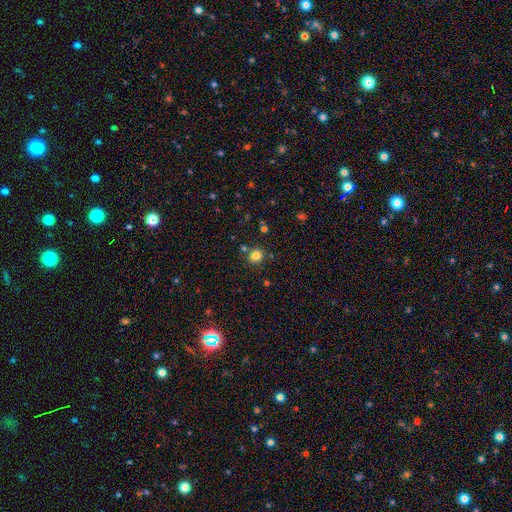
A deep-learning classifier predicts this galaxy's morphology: The model was most divided on "smooth or featured": smooth: 80%, star or artifact: 14%, featured or disk: 6%. More confident: how rounded — round (88%); merging — none (82%).